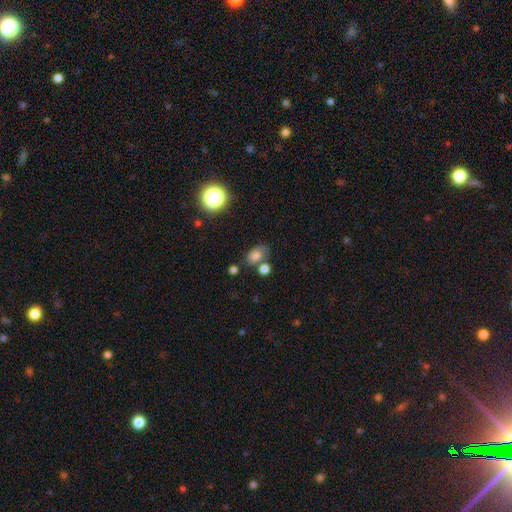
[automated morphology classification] Smooth or featured: smooth — 69% (featured or disk — 16%)
How rounded: in between — 75% (round — 23%)
Merging: none — 48% (merger — 20%)